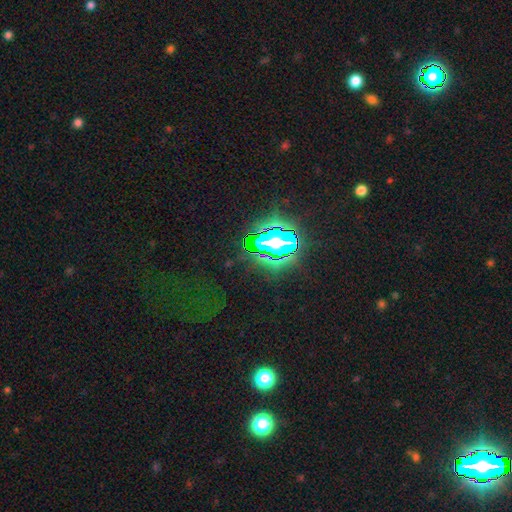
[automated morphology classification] This appears to be a star or artifact, not a galaxy (72%).